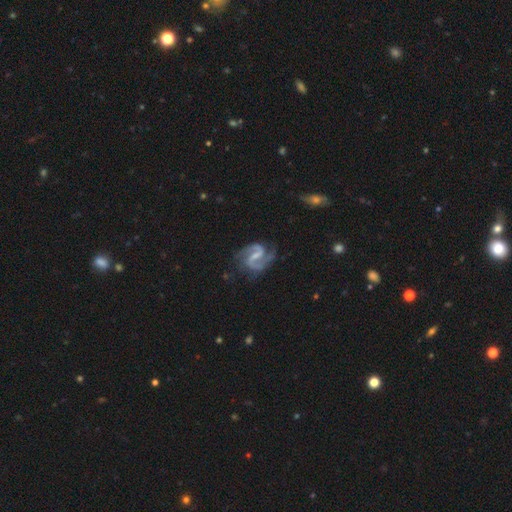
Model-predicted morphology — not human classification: Q: Smooth or featured?
A: featured or disk (92%); runner-up: star or artifact (4%)
Q: Edge-on disk?
A: no (98%); runner-up: yes (2%)
Q: Bar?
A: weak (50%); runner-up: strong (37%)
Q: Spiral arms?
A: yes (98%); runner-up: no (2%)
Q: Spiral winding?
A: medium (60%); runner-up: loose (23%)
Q: Spiral arm count?
A: 2 (93%); runner-up: can't tell (2%)
Q: Bulge size?
A: small (47%); runner-up: none (29%)
Q: Merging?
A: none (74%); runner-up: minor disturbance (18%)